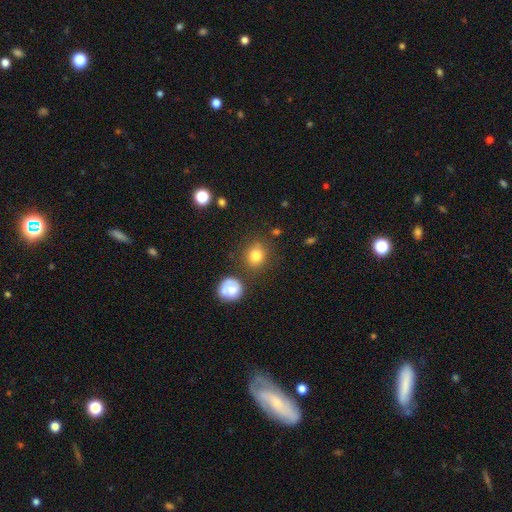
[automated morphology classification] Q: Smooth or featured?
A: smooth (80%); runner-up: star or artifact (12%)
Q: How rounded?
A: round (76%); runner-up: in between (23%)
Q: Merging?
A: none (80%); runner-up: minor disturbance (11%)